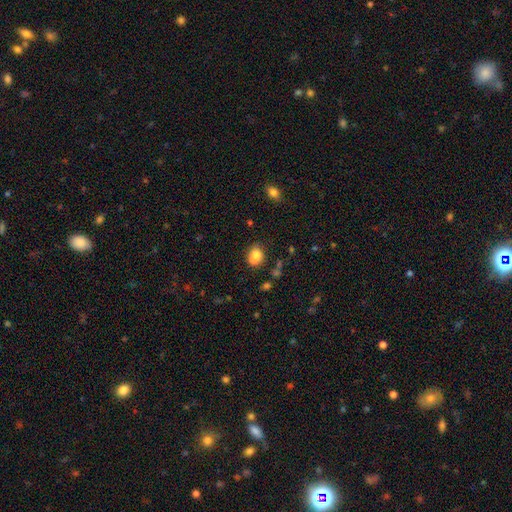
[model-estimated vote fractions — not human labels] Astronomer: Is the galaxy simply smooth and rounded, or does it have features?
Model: smooth — 75%.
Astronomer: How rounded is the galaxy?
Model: round — 60% (runner-up: in between, 39%).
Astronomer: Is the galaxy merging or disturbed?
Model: none — 45% (runner-up: merger, 35%).